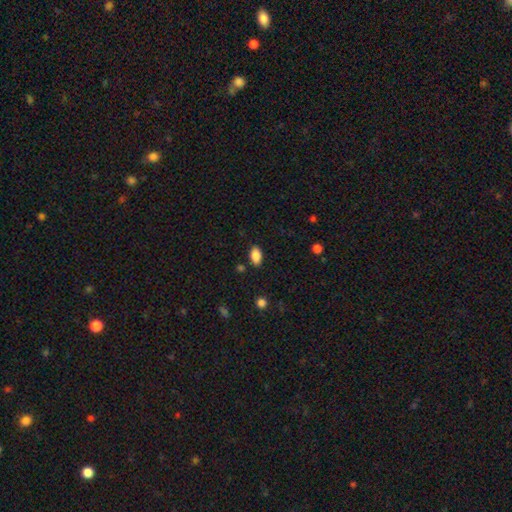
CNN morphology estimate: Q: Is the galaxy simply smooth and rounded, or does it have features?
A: smooth — 87%.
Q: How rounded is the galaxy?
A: in between — 92%.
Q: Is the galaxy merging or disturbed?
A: none — 86%.